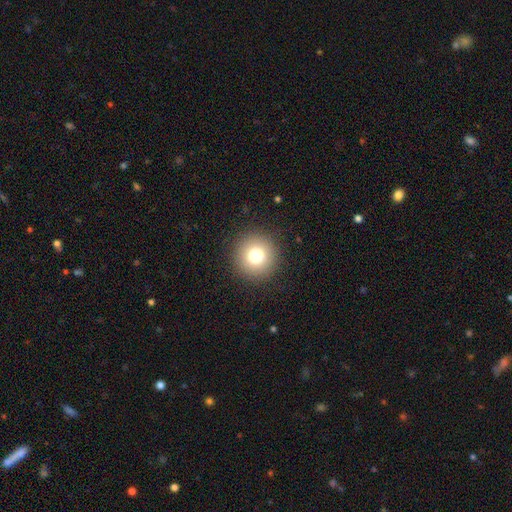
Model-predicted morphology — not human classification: smooth 77%, star or artifact 13%, featured or disk 10%. Down the decision tree: how rounded — round (96%); merging — none (92%).